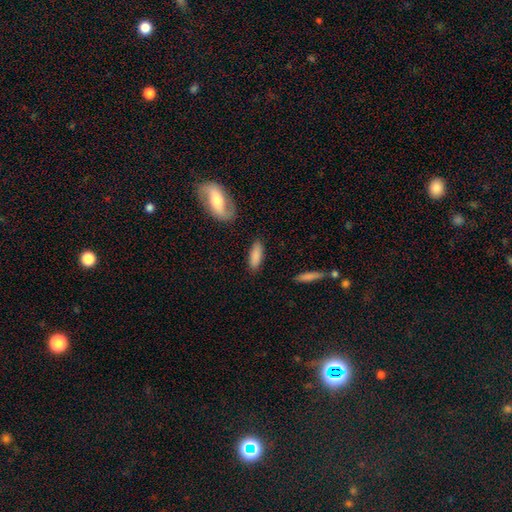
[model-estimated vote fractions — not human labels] A smooth galaxy with no disk features (86%) that is in between round and cigar-shaped (62%).

Vote fractions:
- Smooth or featured? smooth: 86% / featured or disk: 9% / star or artifact: 6%
- How rounded? in between: 62% / cigar-shaped: 36% / round: 2%
- Merging? none: 85% / minor disturbance: 10% / major disturbance: 3% / merger: 2%